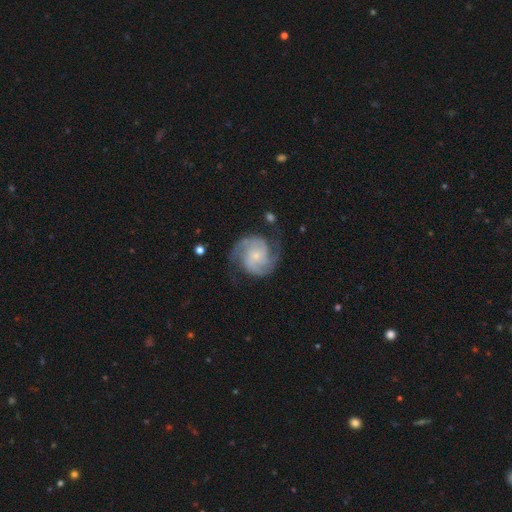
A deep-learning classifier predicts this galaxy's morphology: This appears to be a featured or disk galaxy (88%) with no bar (67%), 2 (71%) medium (49%) spiral arms (98%) and a small central bulge (67%). Merging: none (74%).